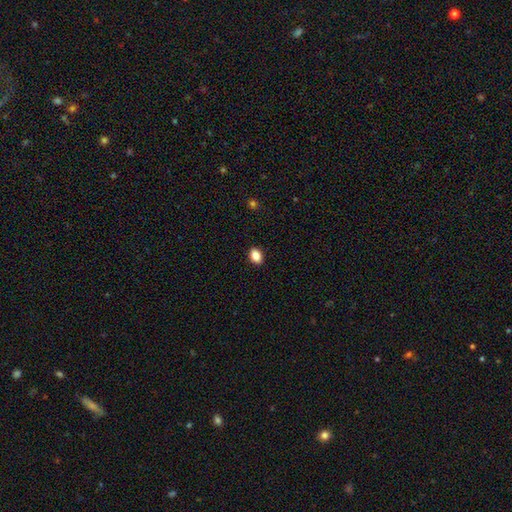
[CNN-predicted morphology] This appears to be a smooth galaxy with no disk features (86%) that is in between round and cigar-shaped (80%). Merging: none (90%).